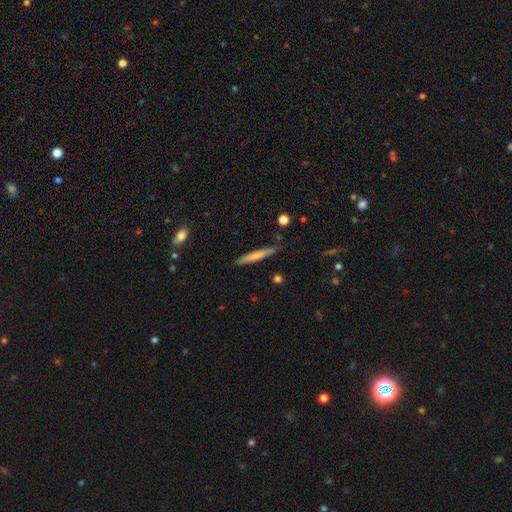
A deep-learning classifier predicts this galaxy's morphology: A smooth galaxy with no disk features (65%) that is cigar-shaped (94%). Merging: none (84%).